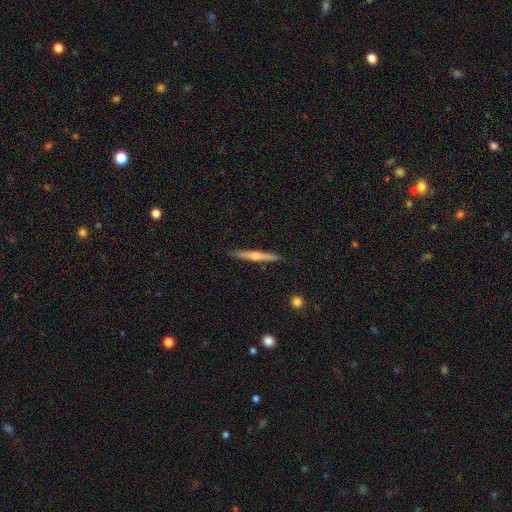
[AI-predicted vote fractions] This is likely a featured or disk galaxy (67%). It is clearly viewed edge-on (98%). Edge-on bulge: likely rounded (79%). Merging: clearly none (91%).